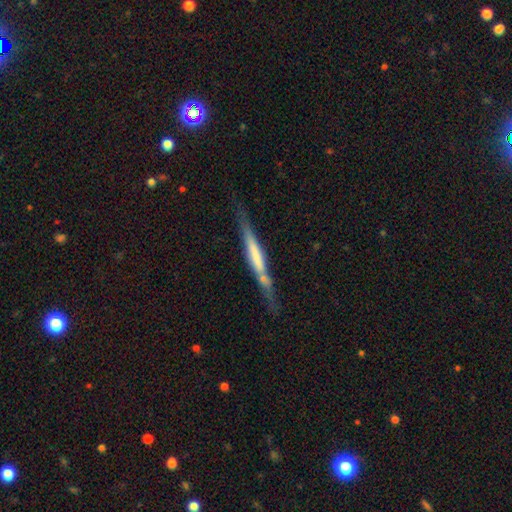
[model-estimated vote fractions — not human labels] smooth-or-featured: featured or disk: 54% | smooth: 40% | star or artifact: 6%
  disk-edge-on: yes: 94% | no: 6%
    edge-on-bulge: none: 47% | boxy: 33% | rounded: 20%
  merging: none: 68% | minor disturbance: 18% | merger: 10% | major disturbance: 5%